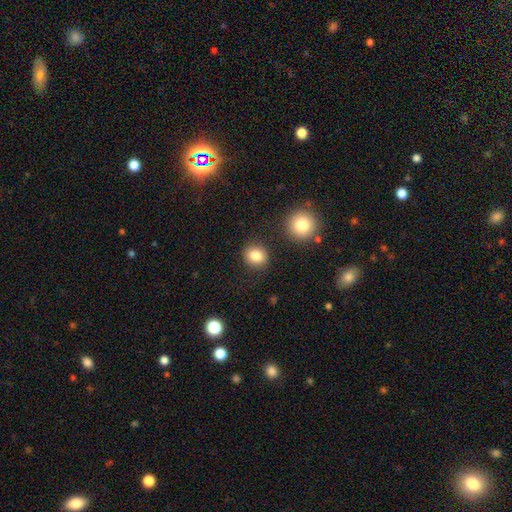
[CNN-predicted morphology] Overall: smooth (83%). How rounded: round (77%). Merging: none (85%).